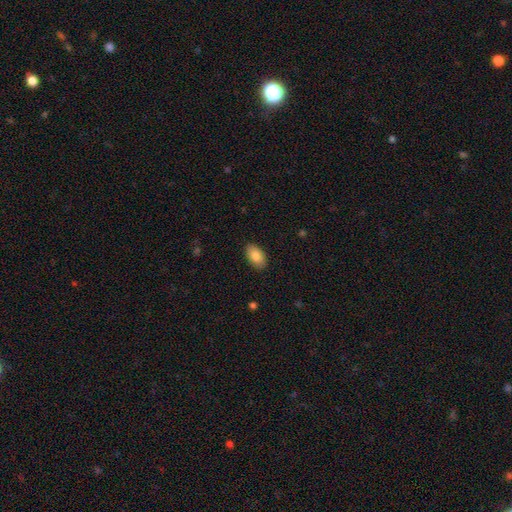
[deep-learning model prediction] A smooth galaxy with no disk features (87%) that is in between round and cigar-shaped (94%).

Vote fractions:
- Smooth or featured? smooth: 87% / featured or disk: 7% / star or artifact: 6%
- How rounded? in between: 94% / round: 4% / cigar-shaped: 2%
- Merging? none: 88% / minor disturbance: 9% / major disturbance: 2% / merger: 1%